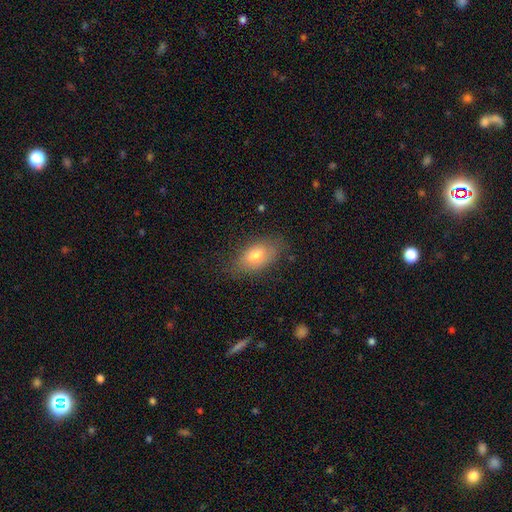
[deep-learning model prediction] smooth-or-featured: smooth: 73% | featured or disk: 18% | star or artifact: 9%
  how-rounded: in between: 88% | round: 8% | cigar-shaped: 3%
  merging: none: 74% | minor disturbance: 19% | major disturbance: 6% | merger: 1%